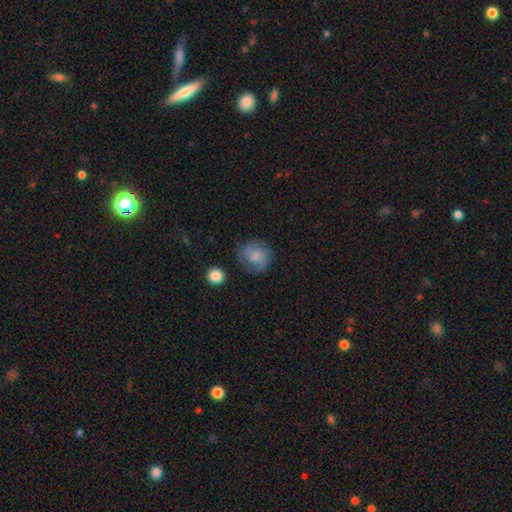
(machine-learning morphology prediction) This appears to be a smooth galaxy with no disk features (59%) that is round (82%). Merging: none (70%).